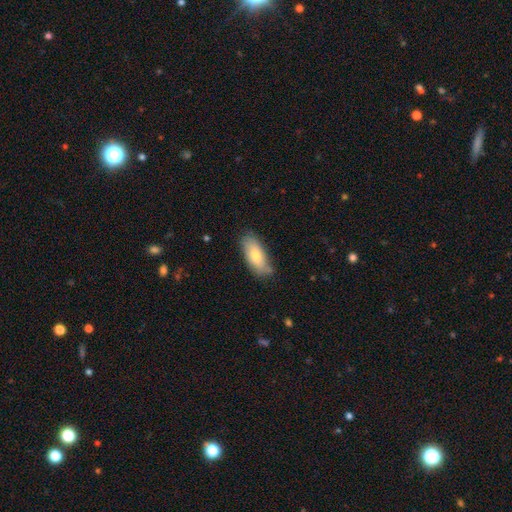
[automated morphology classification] smooth_or_featured: smooth (p=0.74) [alt: featured or disk p=0.20]
how_rounded: in between (p=0.84) [alt: cigar-shaped p=0.14]
merging: none (p=0.72) [alt: minor disturbance p=0.22]